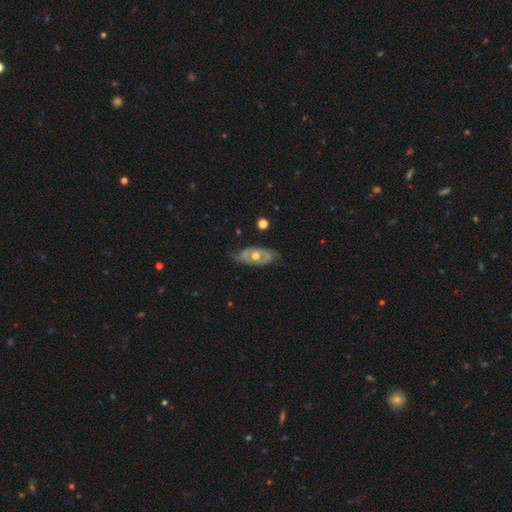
Smooth or featured: featured or disk — 82% (smooth — 13%)
Edge-on disk: no — 94% (yes — 6%)
Bar: no — 80% (strong — 13%)
Spiral arms: yes — 67% (no — 33%)
Spiral winding: medium — 40% (tight — 30%)
Spiral arm count: 2 — 70% (can't tell — 25%)
Bulge size: moderate — 77% (small — 17%)
Merging: none — 86% (minor disturbance — 11%)